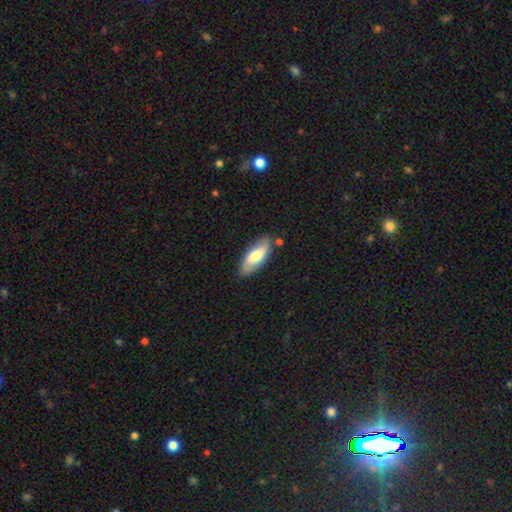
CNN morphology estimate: A smooth galaxy with no disk features (59%) that is in between round and cigar-shaped (74%).

Vote fractions:
- Smooth or featured? smooth: 59% / featured or disk: 35% / star or artifact: 6%
- How rounded? in between: 74% / cigar-shaped: 24% / round: 2%
- Merging? none: 78% / minor disturbance: 15% / merger: 3% / major disturbance: 3%